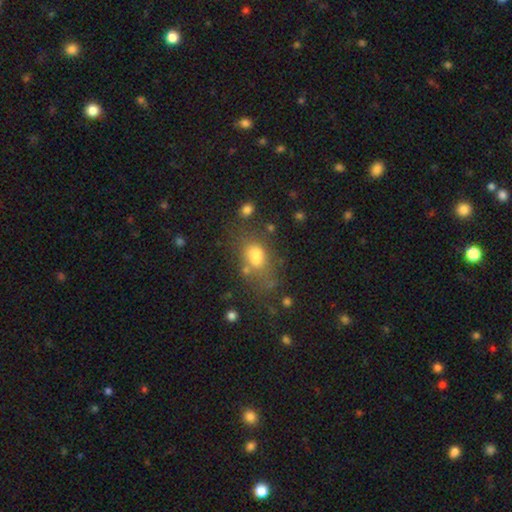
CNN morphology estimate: smooth_or_featured: smooth (p=0.66) [alt: star or artifact p=0.18]
how_rounded: in between (p=0.72) [alt: round p=0.23]
merging: none (p=0.50) [alt: merger p=0.21]